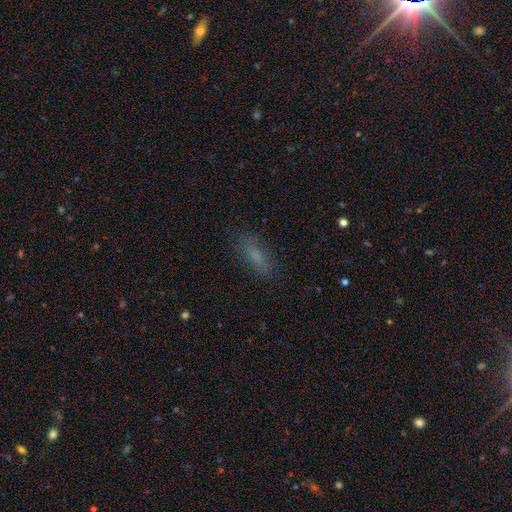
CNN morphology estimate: Q: Smooth or featured?
A: smooth (72%); runner-up: featured or disk (14%)
Q: How rounded?
A: in between (51%); runner-up: cigar-shaped (47%)
Q: Merging?
A: none (80%); runner-up: minor disturbance (14%)